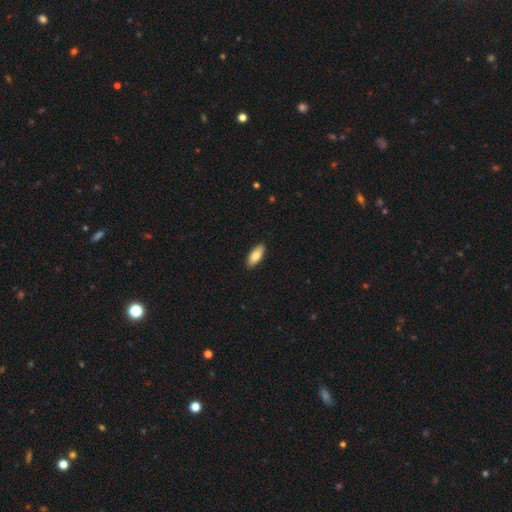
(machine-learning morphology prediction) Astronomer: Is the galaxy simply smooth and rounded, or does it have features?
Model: smooth — 80%.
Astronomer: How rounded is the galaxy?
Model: in between — 80%.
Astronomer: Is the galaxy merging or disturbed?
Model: none — 89%.